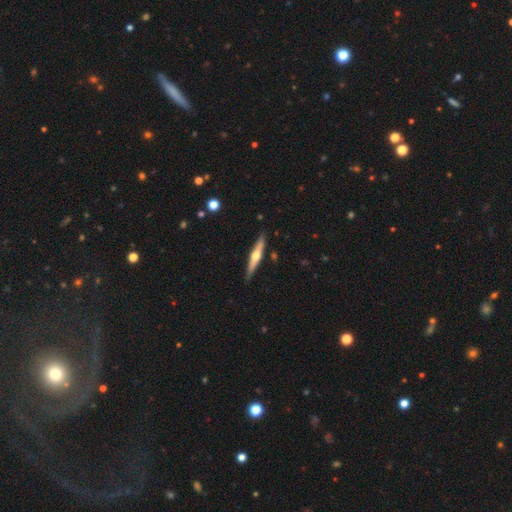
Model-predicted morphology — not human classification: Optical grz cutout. It shows a featured or disk galaxy (65%) viewed edge-on (96%) with a rounded central bulge (93%). Merging: none (88%).